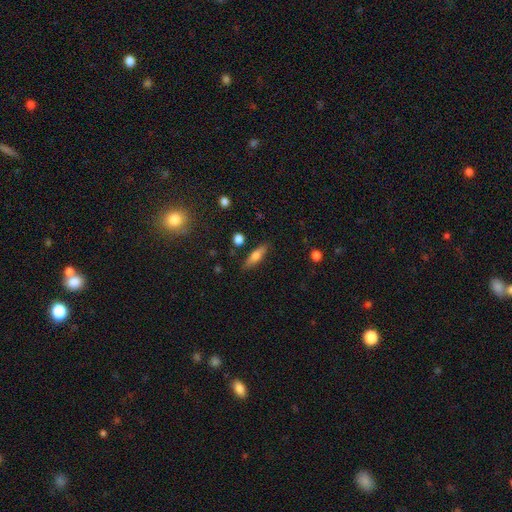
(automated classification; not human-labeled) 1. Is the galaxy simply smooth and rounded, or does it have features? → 63% smooth, 29% featured or disk, 8% star or artifact.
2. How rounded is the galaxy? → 55% cigar-shaped, 42% in between, 3% round.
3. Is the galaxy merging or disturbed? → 84% none, 11% minor disturbance, 3% merger, 3% major disturbance.